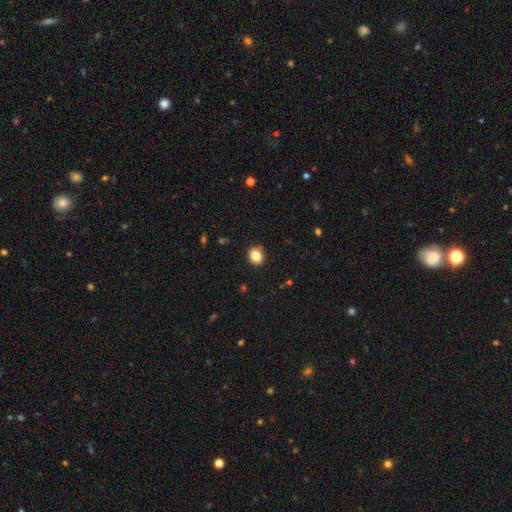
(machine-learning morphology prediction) Smooth or featured: smooth — 84% (star or artifact — 10%)
How rounded: round — 74% (in between — 25%)
Merging: none — 89% (minor disturbance — 8%)